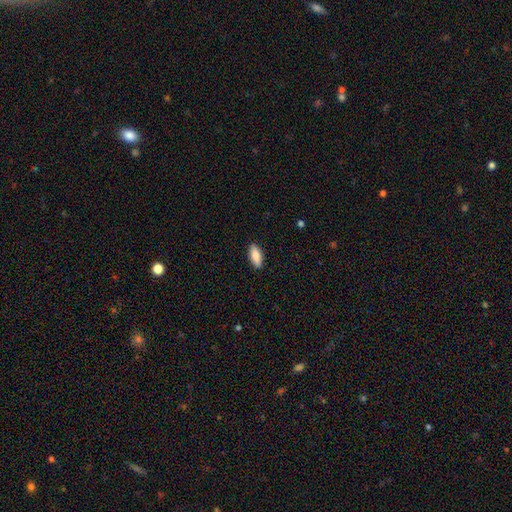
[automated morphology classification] The model was most divided on "how rounded": in between: 77%, cigar-shaped: 21%, round: 2%. More confident: merging — none (89%); smooth or featured — smooth (82%).